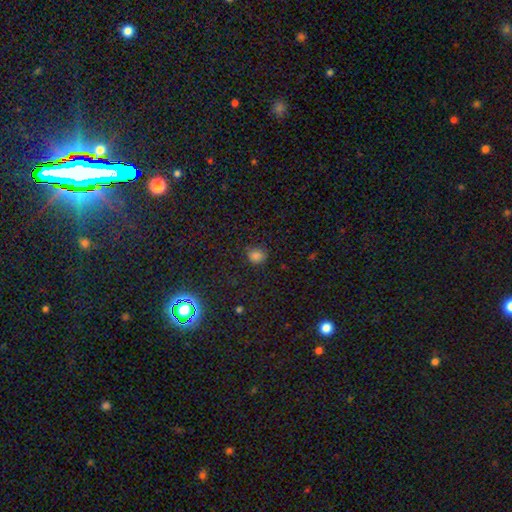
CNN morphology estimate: smooth_or_featured: smooth (p=0.79) [alt: star or artifact p=0.16]
how_rounded: round (p=0.75) [alt: in between p=0.24]
merging: none (p=0.77) [alt: minor disturbance p=0.17]